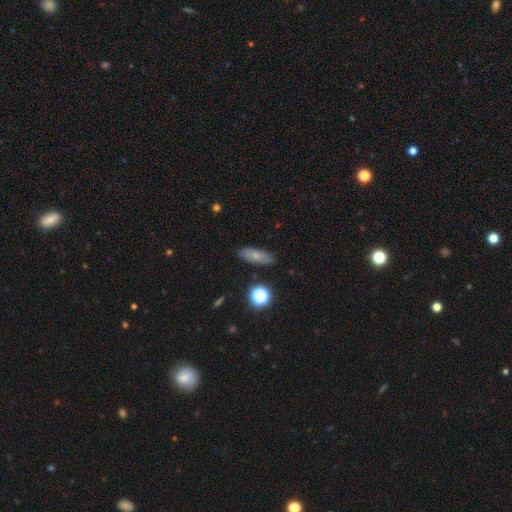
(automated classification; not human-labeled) This is likely a smooth galaxy (69%). How rounded: likely in between (61%). Merging: clearly none (87%).